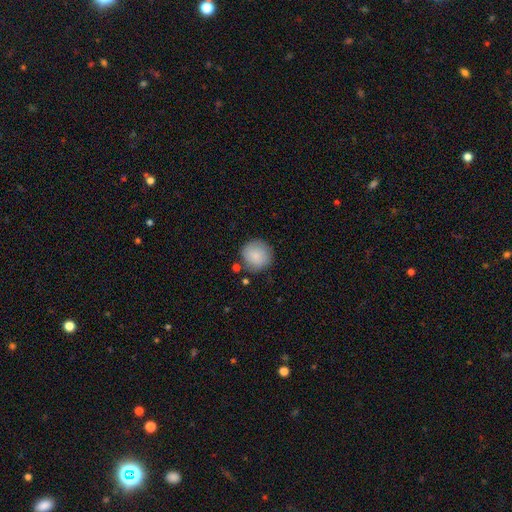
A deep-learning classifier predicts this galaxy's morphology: Overall: smooth (87%). How rounded: round (93%). Merging: none (80%).